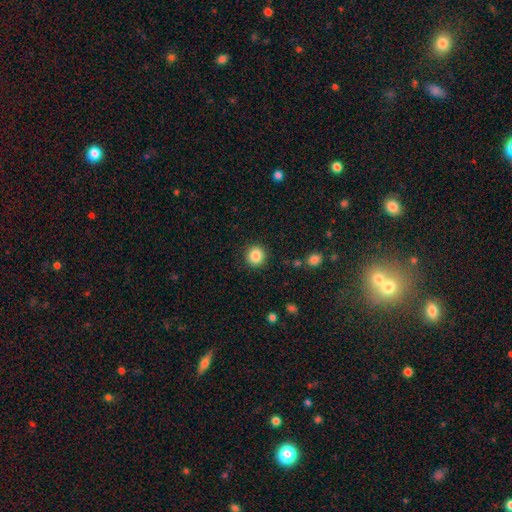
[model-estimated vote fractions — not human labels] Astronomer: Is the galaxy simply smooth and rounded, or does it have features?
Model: smooth — 86%.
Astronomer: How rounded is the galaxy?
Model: round — 91%.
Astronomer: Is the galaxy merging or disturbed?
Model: none — 91%.